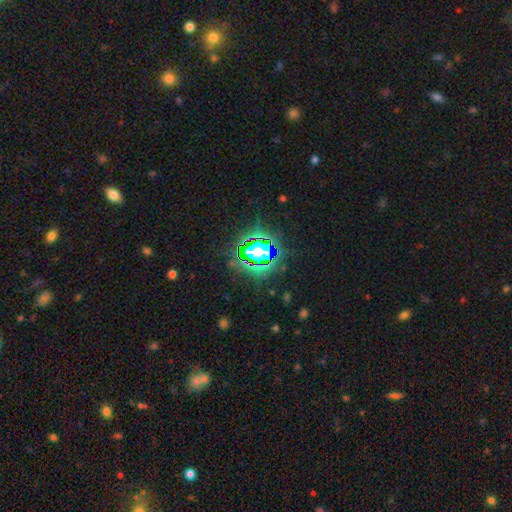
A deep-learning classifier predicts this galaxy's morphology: Overall: star or artifact (73%).